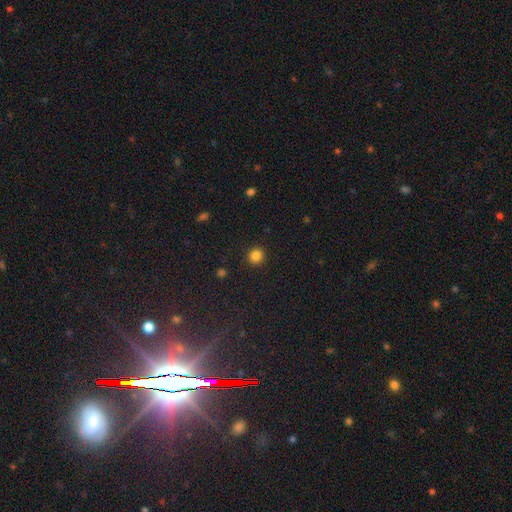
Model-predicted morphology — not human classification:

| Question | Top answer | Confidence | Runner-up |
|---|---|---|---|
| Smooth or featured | smooth | 84% | star or artifact (12%) |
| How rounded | round | 93% | in between (6%) |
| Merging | none | 92% | minor disturbance (5%) |